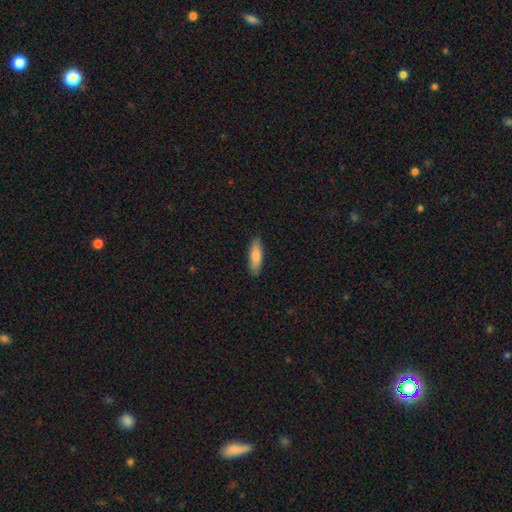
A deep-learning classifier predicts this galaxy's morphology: Overall: smooth (76%). How rounded: cigar-shaped (50%; in between 48%). Merging: none (89%).